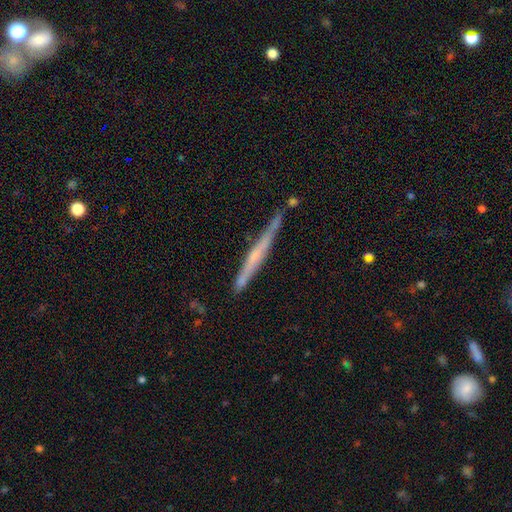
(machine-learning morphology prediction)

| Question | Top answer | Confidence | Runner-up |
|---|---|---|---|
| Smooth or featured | featured or disk | 57% | smooth (37%) |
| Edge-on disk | yes | 96% | no (4%) |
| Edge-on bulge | none | 64% | rounded (25%) |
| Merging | none | 77% | minor disturbance (16%) |